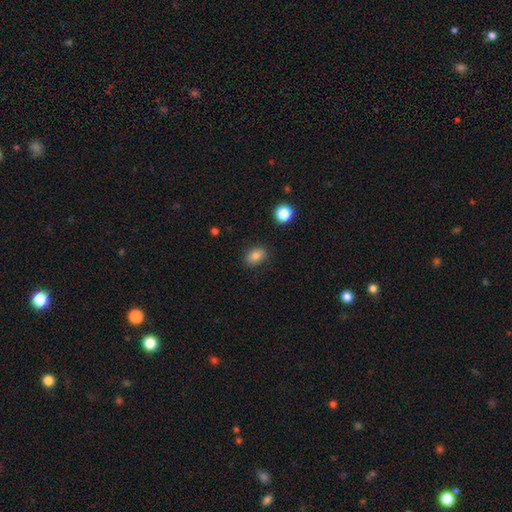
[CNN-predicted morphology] smooth 82%, star or artifact 10%, featured or disk 8%. Down the decision tree: how rounded — in between (69%); merging — none (86%).